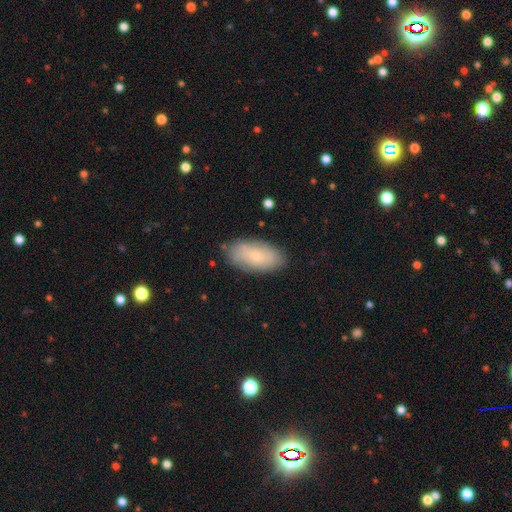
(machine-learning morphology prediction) Q: Smooth or featured?
A: smooth (67%); runner-up: featured or disk (25%)
Q: How rounded?
A: in between (92%); runner-up: cigar-shaped (5%)
Q: Merging?
A: none (83%); runner-up: minor disturbance (13%)